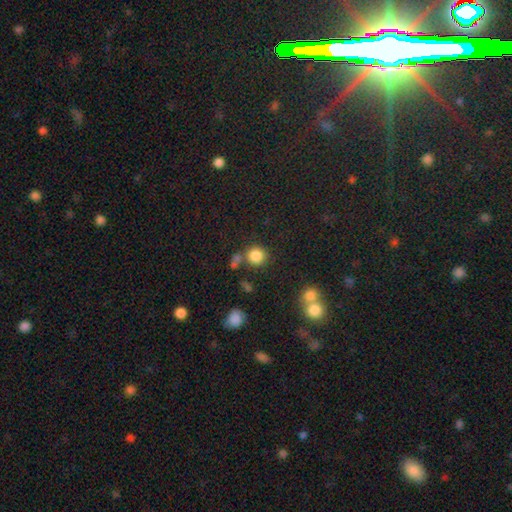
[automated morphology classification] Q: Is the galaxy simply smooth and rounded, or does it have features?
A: smooth — 83%.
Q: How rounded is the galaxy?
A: round — 89%.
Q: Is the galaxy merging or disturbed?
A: none — 71%.